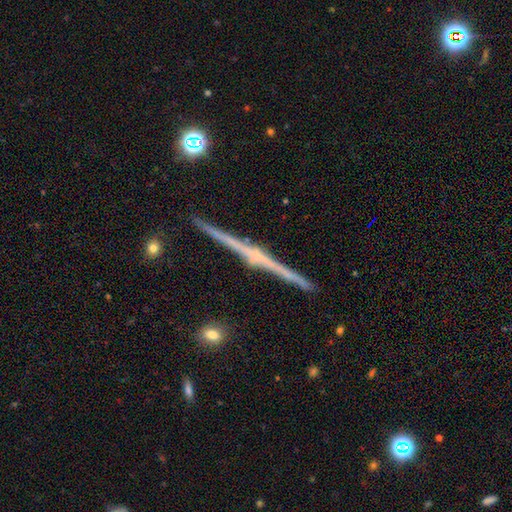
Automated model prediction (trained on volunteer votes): A featured or disk galaxy (83%) viewed edge-on (99%) with a rounded central bulge (59%).

Vote fractions:
- Smooth or featured? featured or disk: 83% / smooth: 11% / star or artifact: 6%
- Edge-on disk? yes: 99% / no: 1%
- Edge-on bulge? rounded: 59% / none: 28% / boxy: 13%
- Merging? none: 92% / minor disturbance: 5% / merger: 1% / major disturbance: 1%